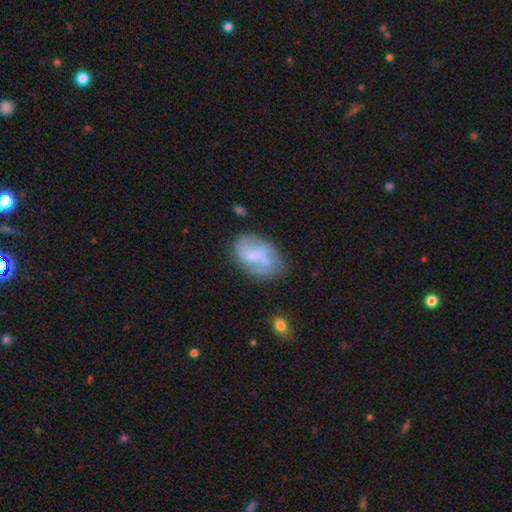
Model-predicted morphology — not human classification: smooth-or-featured: featured or disk: 55% | smooth: 37% | star or artifact: 8%
  disk-edge-on: no: 97% | yes: 3%
    bar: weak: 46% | no: 37% | strong: 17%
    has-spiral-arms: yes: 66% | no: 34%
    bulge-size: none: 41% | small: 35% | moderate: 19% | large: 3% | dominant: 1%
  merging: none: 55% | minor disturbance: 25% | major disturbance: 13% | merger: 7%